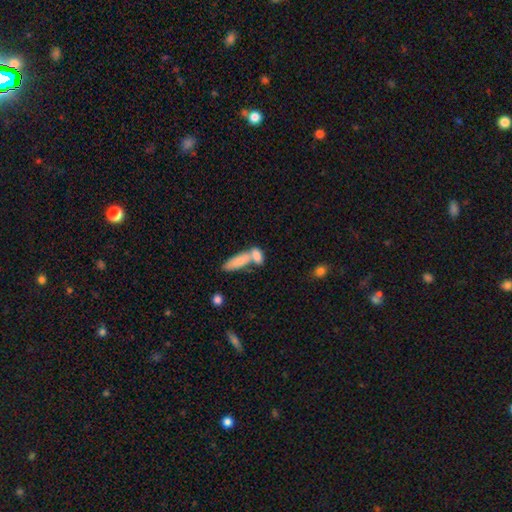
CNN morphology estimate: This is clearly a smooth galaxy (81%). How rounded: likely in between (71%). Merging: possibly merger (55%).